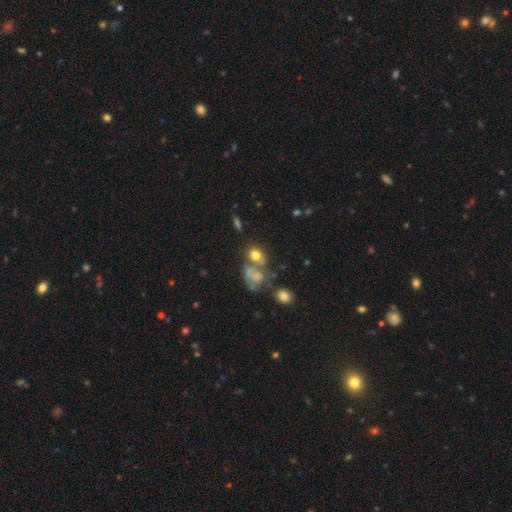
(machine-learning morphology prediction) This is likely a smooth galaxy (69%). How rounded: possibly round (55%). Merging: marginally none (42%).